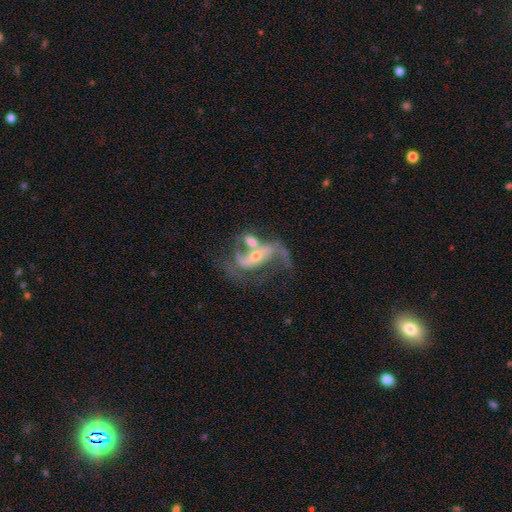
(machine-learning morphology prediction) A featured or disk galaxy (83%) with a strong bar (43%), 2 (75%) loose (59%) spiral arms (87%) and a small central bulge (49%).

Vote fractions:
- Smooth or featured? featured or disk: 83% / smooth: 10% / star or artifact: 8%
- Edge-on disk? no: 93% / yes: 7%
- Bar? strong: 43% / weak: 31% / no: 26%
- Spiral arms? yes: 87% / no: 13%
- Spiral winding? loose: 59% / medium: 31% / tight: 10%
- Spiral arm count? 2: 75% / 1: 11% / can't tell: 8% / 3: 3% / 4: 1% / more than 4: 1%
- Bulge size? small: 49% / moderate: 43% / none: 4% / large: 3% / dominant: 1%
- Merging? merger: 40% / none: 27% / major disturbance: 21% / minor disturbance: 12%